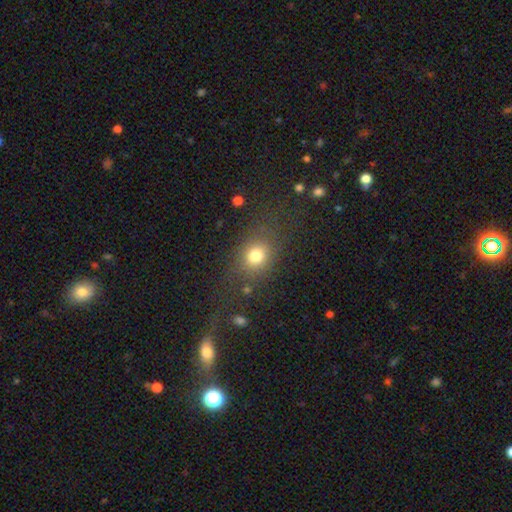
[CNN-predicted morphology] smooth-or-featured: smooth: 77% | star or artifact: 13% | featured or disk: 9%
  how-rounded: in between: 49% (tied) | round: 49% (tied) | cigar-shaped: 2%
  merging: none: 72% | minor disturbance: 13% | major disturbance: 10% | merger: 5%